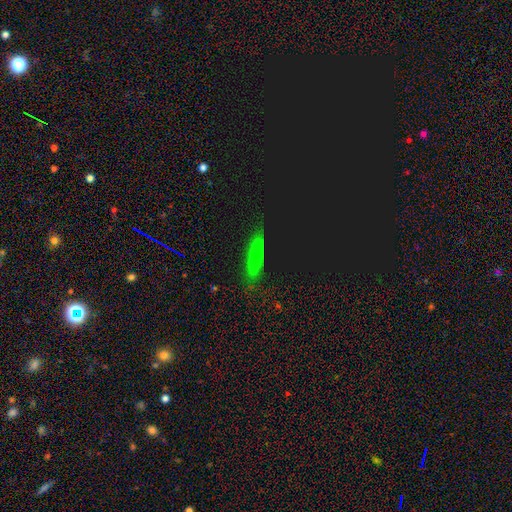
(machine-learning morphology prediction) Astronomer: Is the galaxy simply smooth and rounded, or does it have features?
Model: smooth — 58%.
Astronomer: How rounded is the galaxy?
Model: cigar-shaped — 62%.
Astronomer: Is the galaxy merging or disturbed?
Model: none — 83%.